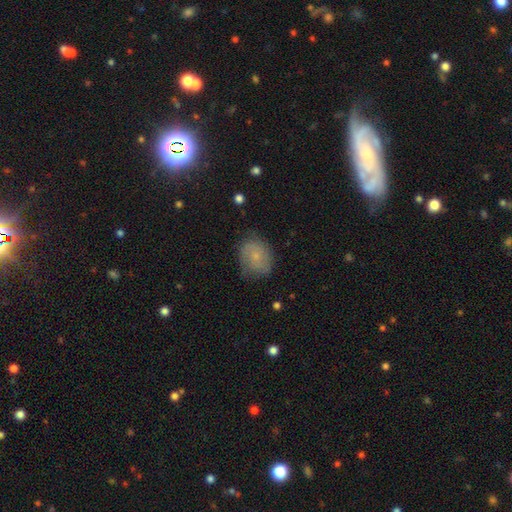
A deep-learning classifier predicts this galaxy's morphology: Q: Smooth or featured?
A: smooth (58%); runner-up: featured or disk (32%)
Q: How rounded?
A: in between (51%); runner-up: round (48%)
Q: Merging?
A: none (68%); runner-up: minor disturbance (23%)